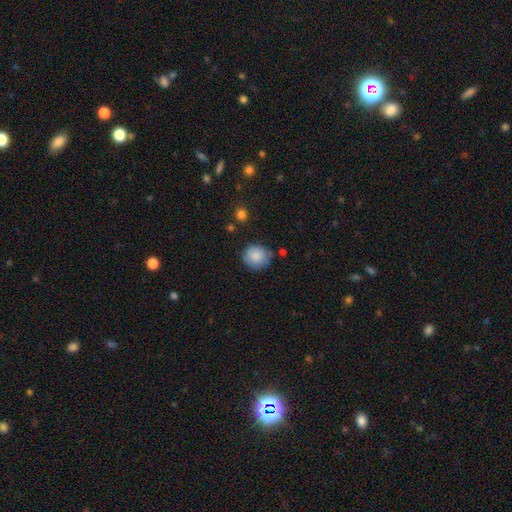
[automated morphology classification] A smooth galaxy with no disk features (85%) that is round (86%). Merging: none (75%).